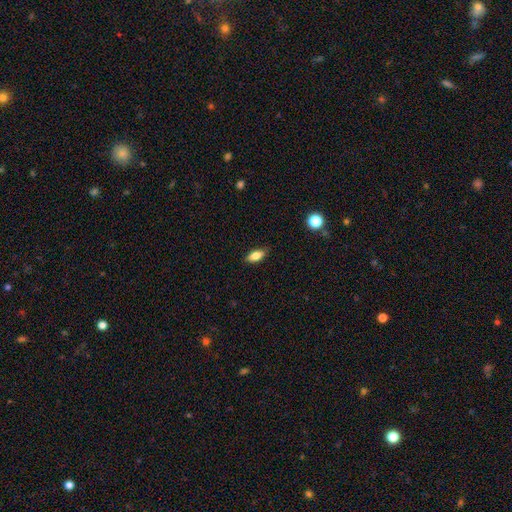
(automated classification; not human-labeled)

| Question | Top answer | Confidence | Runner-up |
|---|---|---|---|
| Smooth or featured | smooth | 79% | featured or disk (13%) |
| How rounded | in between | 83% | cigar-shaped (14%) |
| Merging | none | 85% | minor disturbance (12%) |